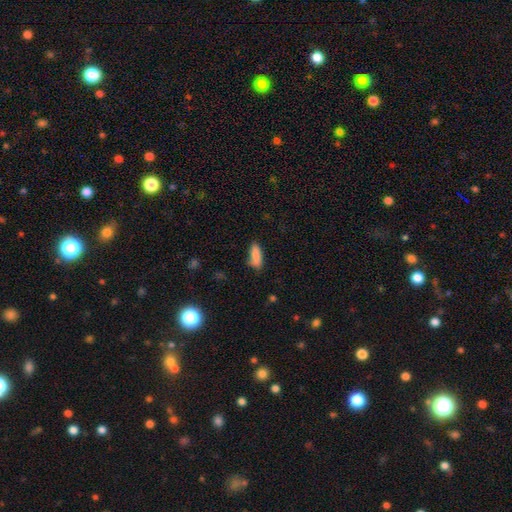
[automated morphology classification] A smooth galaxy with no disk features (86%) that is in between round and cigar-shaped (56%). Merging: none (69%).